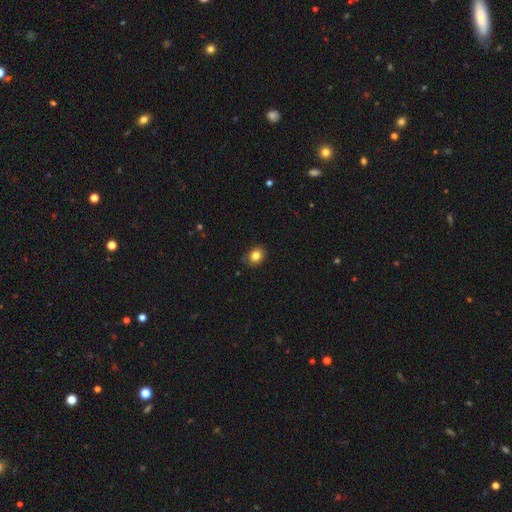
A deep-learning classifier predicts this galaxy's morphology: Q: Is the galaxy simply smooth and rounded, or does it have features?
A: smooth — 82%.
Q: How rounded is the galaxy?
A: round — 57%.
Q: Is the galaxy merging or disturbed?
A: none — 80%.